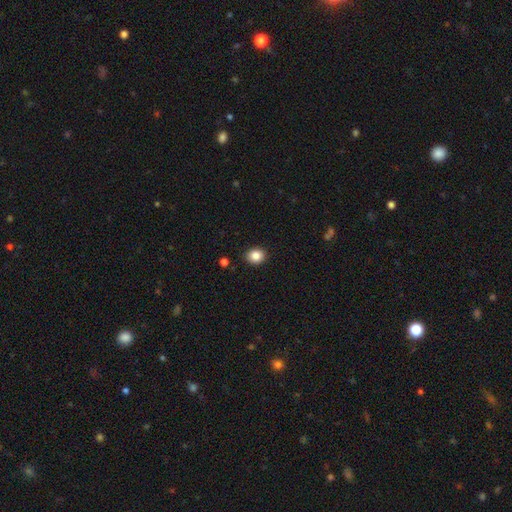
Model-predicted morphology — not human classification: Smooth or featured: smooth — 85% (star or artifact — 10%)
How rounded: round — 69% (in between — 31%)
Merging: none — 90% (minor disturbance — 7%)